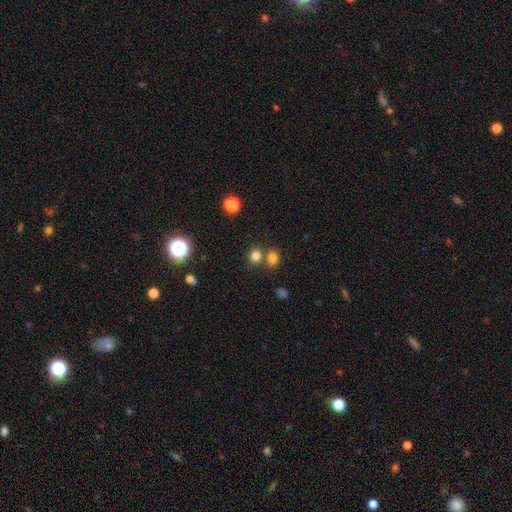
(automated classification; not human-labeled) The model was most divided on "merging": none: 62%, merger: 27%, minor disturbance: 7%, major disturbance: 3%. More confident: how rounded — round (80%); smooth or featured — smooth (78%).